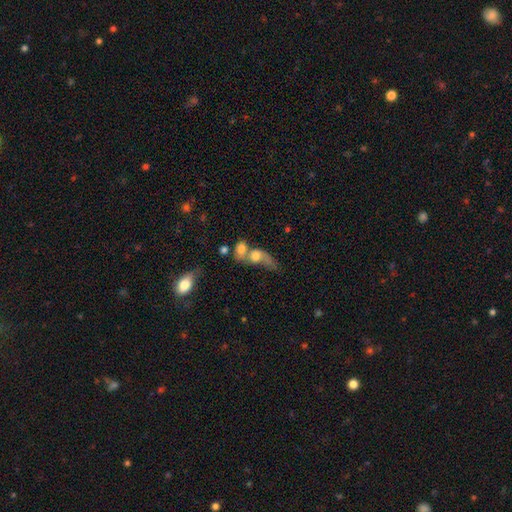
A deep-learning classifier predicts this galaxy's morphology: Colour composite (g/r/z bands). It shows a smooth galaxy with no disk features (63%) that is in between round and cigar-shaped (64%). Merging: merger (69%).